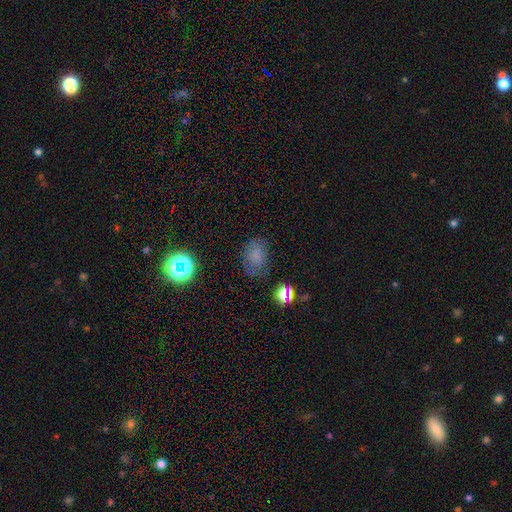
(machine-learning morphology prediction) Smooth or featured? Predicted: smooth (p=0.67). How rounded? Predicted: in between (p=0.73). Merging? Predicted: none (p=0.67).